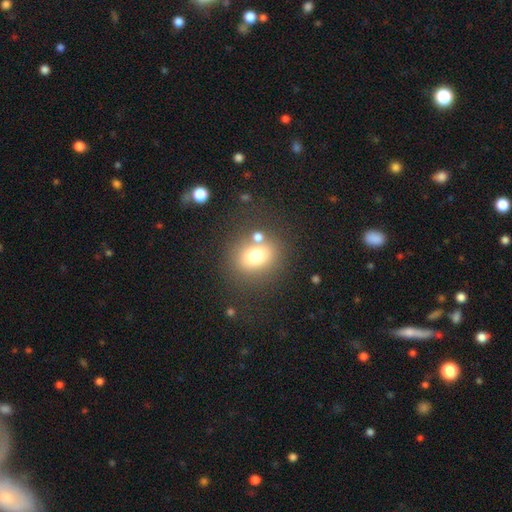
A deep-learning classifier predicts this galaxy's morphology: The model was most divided on "how rounded": round: 55%, in between: 44%, cigar-shaped: 1%. More confident: smooth or featured — smooth (73%); merging — none (68%).